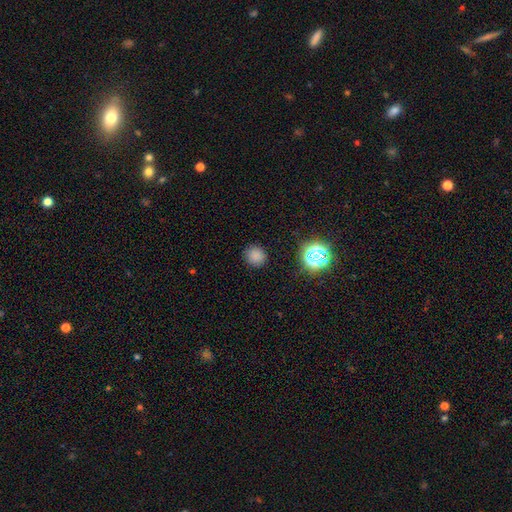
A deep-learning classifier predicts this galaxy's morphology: Smooth or featured? smooth (79%)
How rounded? round (88%)
Merging? none (88%)